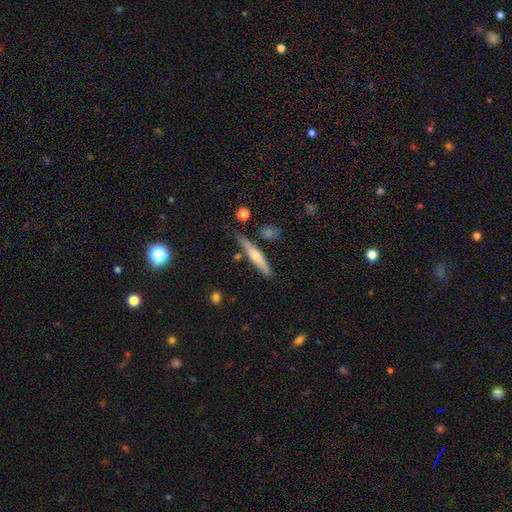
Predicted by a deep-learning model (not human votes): Smooth or featured? Predicted: featured or disk (p=0.48). Merging? Predicted: none (p=0.75).